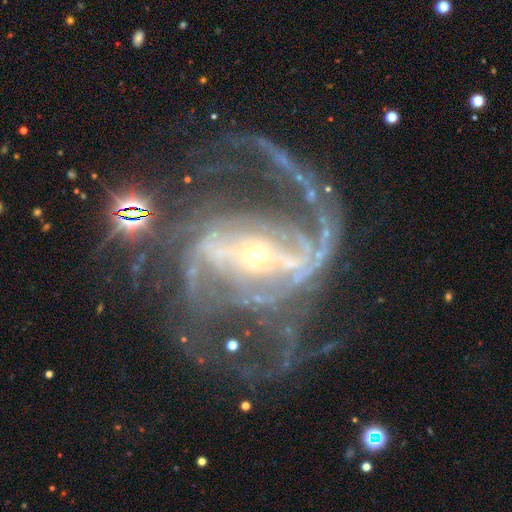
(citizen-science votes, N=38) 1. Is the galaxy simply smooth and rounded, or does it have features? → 97% featured or disk, 3% star or artifact, 0% smooth.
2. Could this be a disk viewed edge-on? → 95% no, 5% yes.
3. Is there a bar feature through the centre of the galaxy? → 71% strong, 23% weak, 6% no.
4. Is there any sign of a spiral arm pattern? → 100% yes, 0% no.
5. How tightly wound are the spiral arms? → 60% medium, 26% loose, 14% tight.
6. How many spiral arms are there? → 49% 2, 23% 3, 11% more than 4, 9% 4, 9% can't tell, 0% 1.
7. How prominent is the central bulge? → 80% small, 17% moderate, 3% large, 0% dominant, 0% none.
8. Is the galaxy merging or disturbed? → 54% none, 24% major disturbance, 16% minor disturbance, 5% merger.